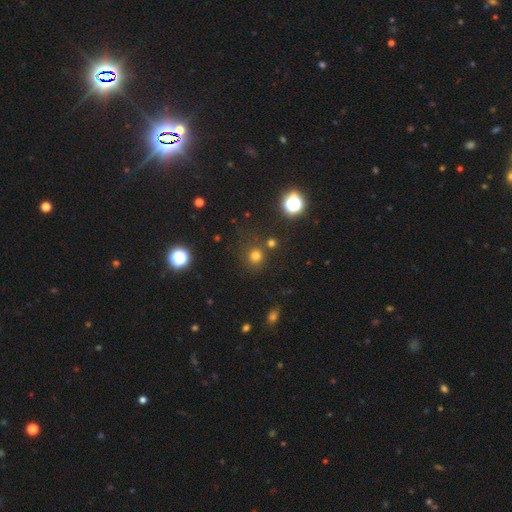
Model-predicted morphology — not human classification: A smooth galaxy with no disk features (70%) that is round (90%). Merging: none (79%).